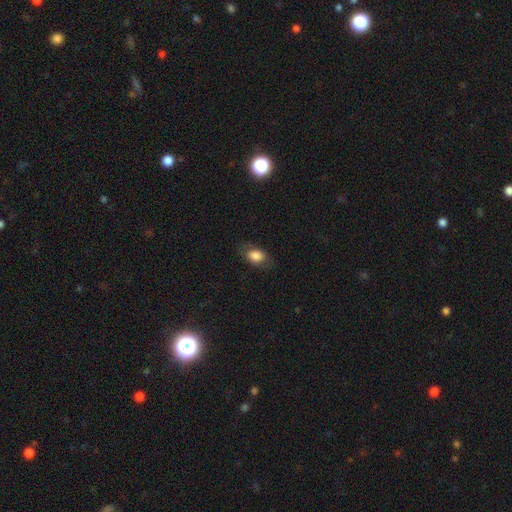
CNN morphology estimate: type=smooth (77%); roundness=in between (85%); merging=none (76%).